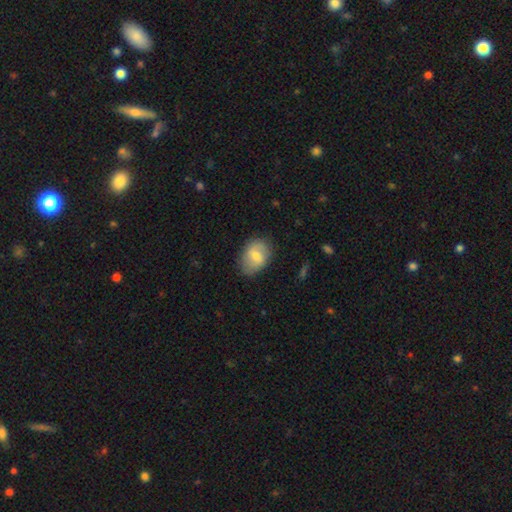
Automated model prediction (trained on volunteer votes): This is likely a smooth galaxy (65%). How rounded: likely in between (71%). Merging: likely none (75%).